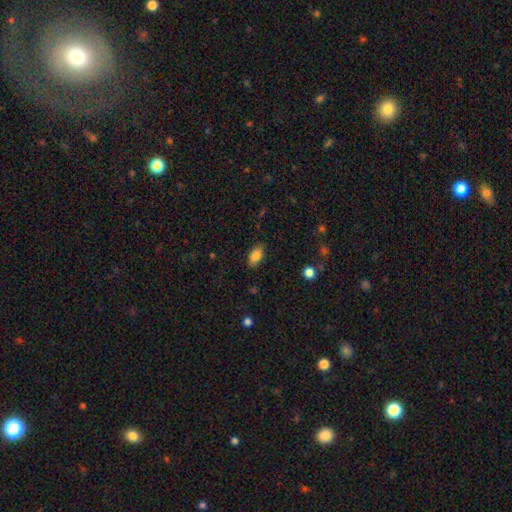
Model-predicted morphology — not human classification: Smooth or featured? Predicted: smooth (p=0.86). How rounded? Predicted: in between (p=0.91). Merging? Predicted: none (p=0.86).